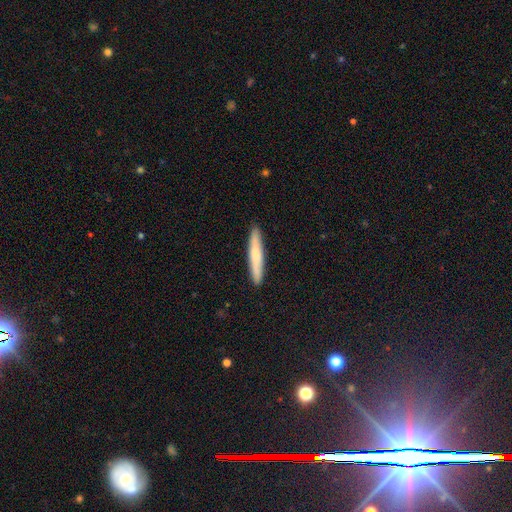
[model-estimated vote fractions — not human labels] This is likely a smooth galaxy (72%). How rounded: clearly cigar-shaped (94%). Merging: clearly none (91%).